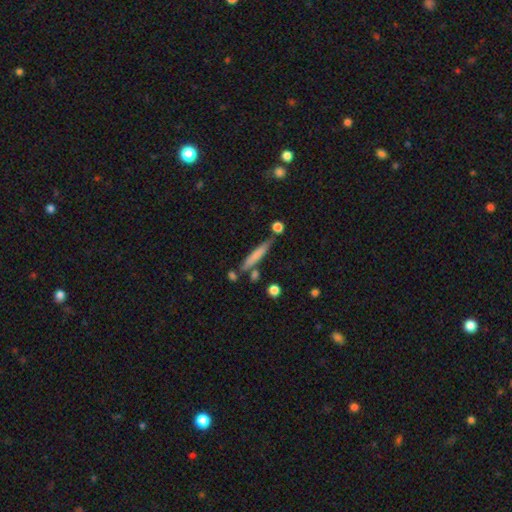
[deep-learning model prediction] smooth_or_featured: smooth (p=0.68) [alt: featured or disk p=0.26]
how_rounded: cigar-shaped (p=0.92) [alt: in between p=0.06]
merging: none (p=0.72) [alt: minor disturbance p=0.15]